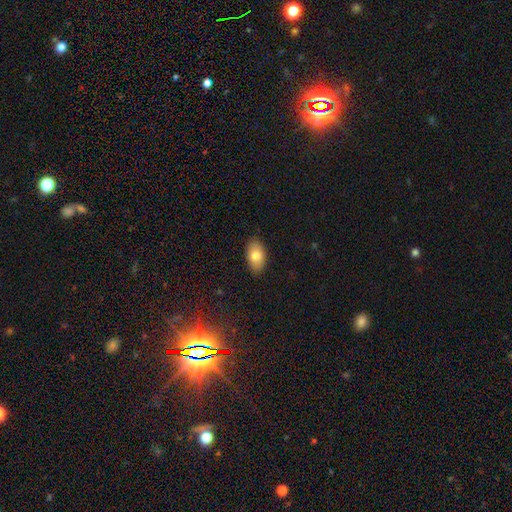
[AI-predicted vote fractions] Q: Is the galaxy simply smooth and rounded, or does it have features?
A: smooth — 81%.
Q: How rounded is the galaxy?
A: in between — 93%.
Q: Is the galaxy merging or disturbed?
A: none — 87%.